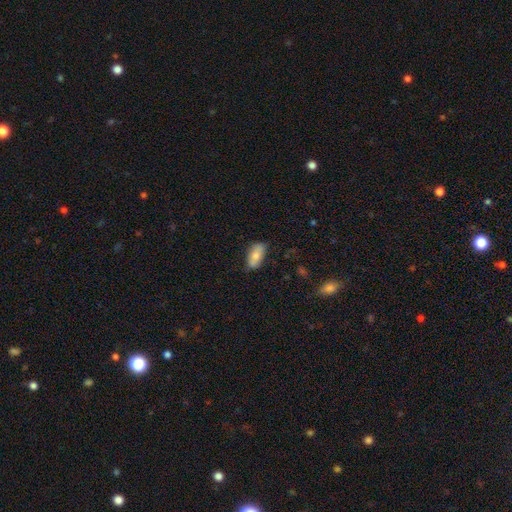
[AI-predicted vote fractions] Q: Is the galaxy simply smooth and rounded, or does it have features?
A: smooth — 79%.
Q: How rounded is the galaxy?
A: in between — 91%.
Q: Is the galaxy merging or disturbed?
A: none — 77%.